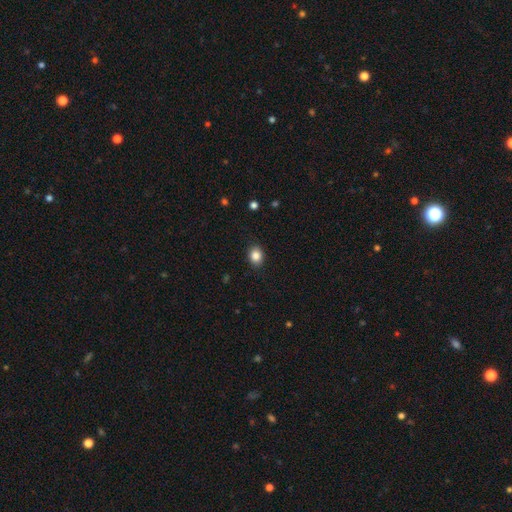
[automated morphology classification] A smooth galaxy with no disk features (85%) that is in between round and cigar-shaped (50%). Merging: none (88%).